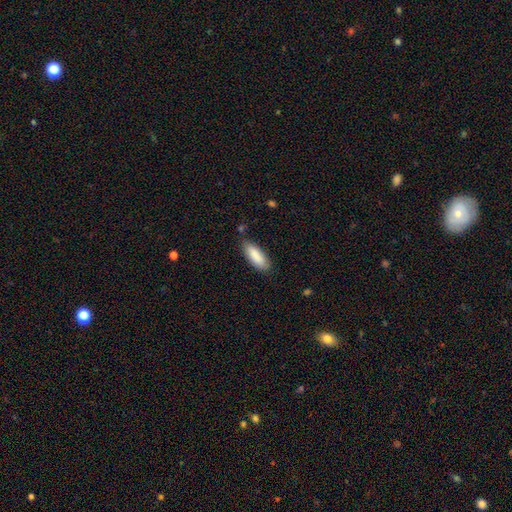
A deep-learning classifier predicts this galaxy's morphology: smooth-or-featured: smooth: 88% | featured or disk: 6% | star or artifact: 6%
  how-rounded: in between: 71% | cigar-shaped: 28% | round: 2%
  merging: none: 79% | minor disturbance: 15% | major disturbance: 3% | merger: 2%